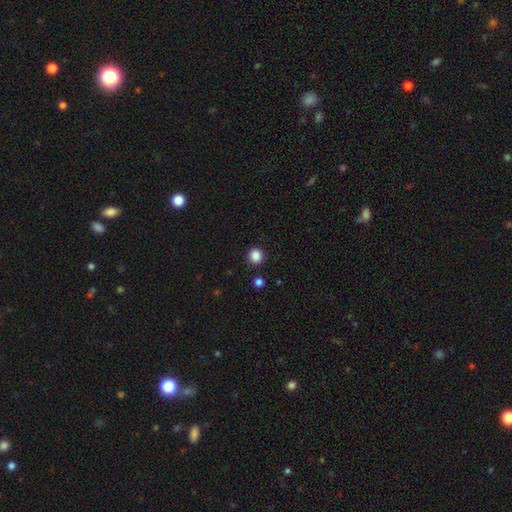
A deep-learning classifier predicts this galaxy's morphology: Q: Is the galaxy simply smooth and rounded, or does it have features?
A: smooth — 86%.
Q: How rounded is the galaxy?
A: round — 90%.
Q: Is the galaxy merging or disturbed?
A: none — 89%.